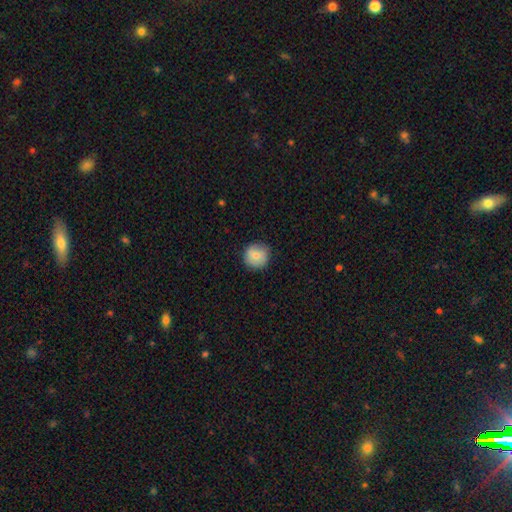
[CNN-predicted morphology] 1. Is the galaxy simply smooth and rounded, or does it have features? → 76% smooth, 17% featured or disk, 7% star or artifact.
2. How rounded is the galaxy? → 93% round, 6% in between, 1% cigar-shaped.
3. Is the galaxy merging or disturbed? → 86% none, 11% minor disturbance, 2% major disturbance, 1% merger.